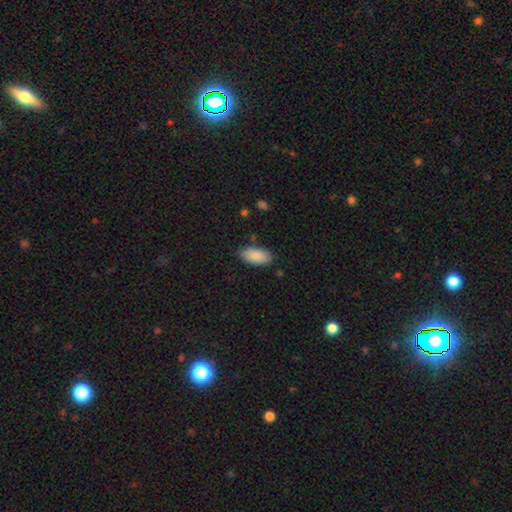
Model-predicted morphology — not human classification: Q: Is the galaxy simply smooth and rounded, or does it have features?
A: smooth — 89%.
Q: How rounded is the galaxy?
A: in between — 91%.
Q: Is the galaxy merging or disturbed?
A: none — 84%.